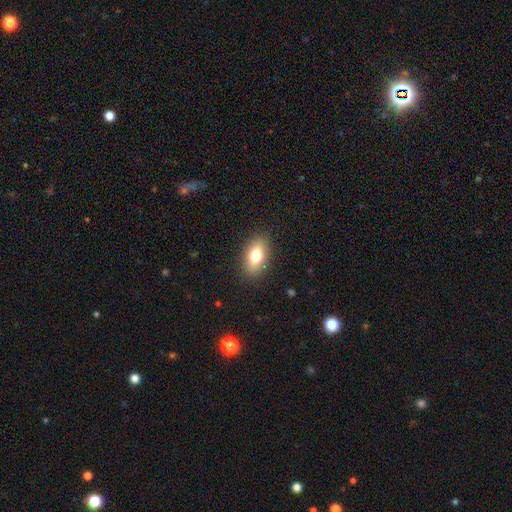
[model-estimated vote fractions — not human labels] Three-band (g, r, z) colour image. It shows a smooth galaxy with no disk features (75%) that is in between round and cigar-shaped (86%). Merging: none (88%).